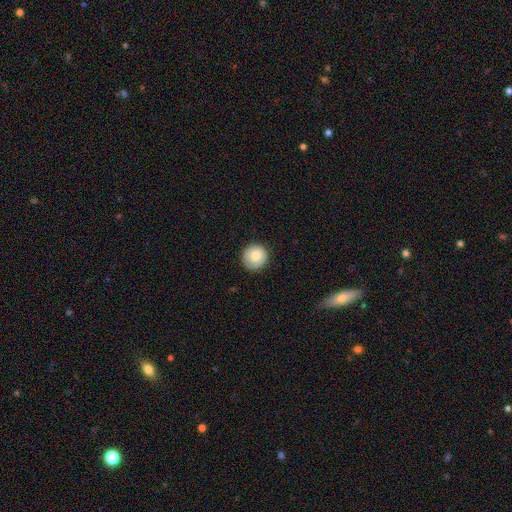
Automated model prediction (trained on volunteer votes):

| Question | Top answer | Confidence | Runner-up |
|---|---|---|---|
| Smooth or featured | smooth | 80% | featured or disk (12%) |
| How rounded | round | 93% | in between (6%) |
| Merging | none | 85% | minor disturbance (12%) |